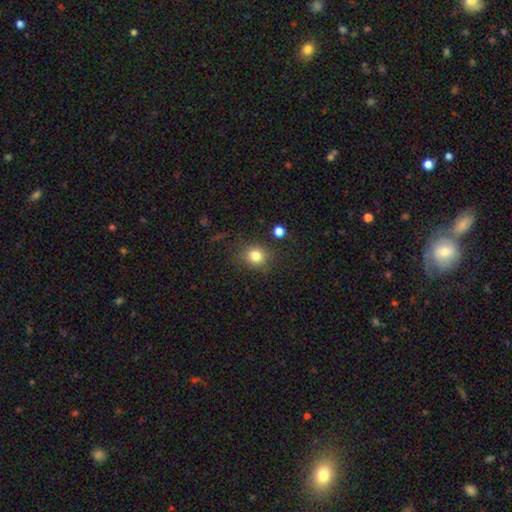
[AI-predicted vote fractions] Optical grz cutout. It shows a smooth galaxy with no disk features (81%) that is round (84%). Merging: none (82%).